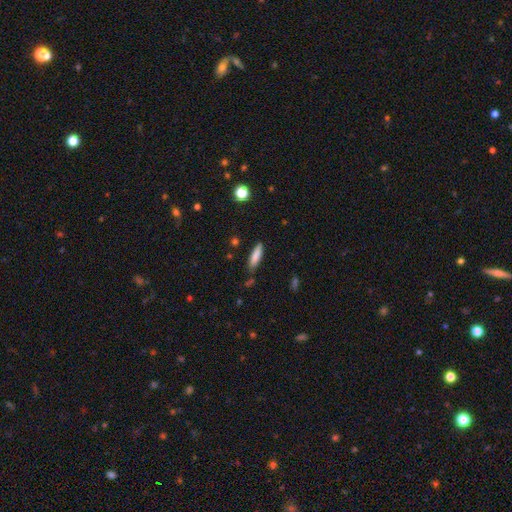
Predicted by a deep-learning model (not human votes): Q: Smooth or featured?
A: smooth (82%); runner-up: featured or disk (11%)
Q: How rounded?
A: cigar-shaped (70%); runner-up: in between (28%)
Q: Merging?
A: none (81%); runner-up: minor disturbance (13%)